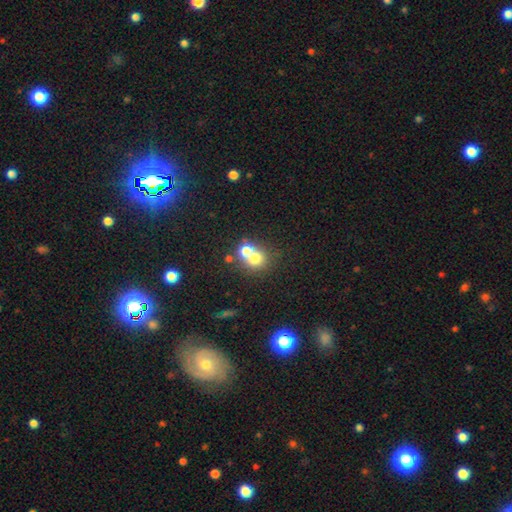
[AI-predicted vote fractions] A smooth galaxy with no disk features (68%) that is round (78%).

Vote fractions:
- Smooth or featured? smooth: 68% / featured or disk: 16% / star or artifact: 16%
- How rounded? round: 78% / in between: 21% / cigar-shaped: 1%
- Merging? merger: 51% / none: 38% / minor disturbance: 7% / major disturbance: 4%